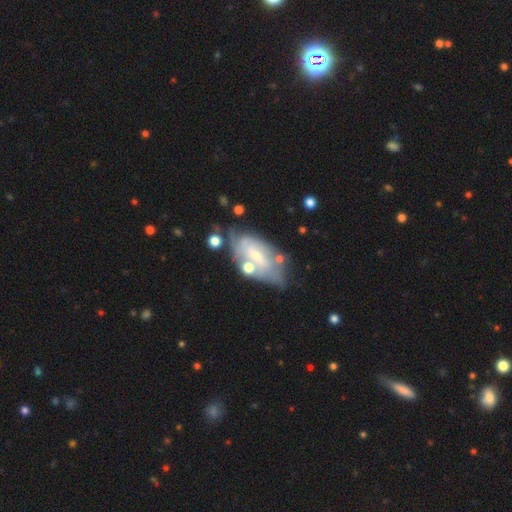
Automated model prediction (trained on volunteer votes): This appears to be a featured or disk galaxy (65%) with no bar (46%), spiral arms (71%) and a small central bulge (55%). Merging: none (53%).